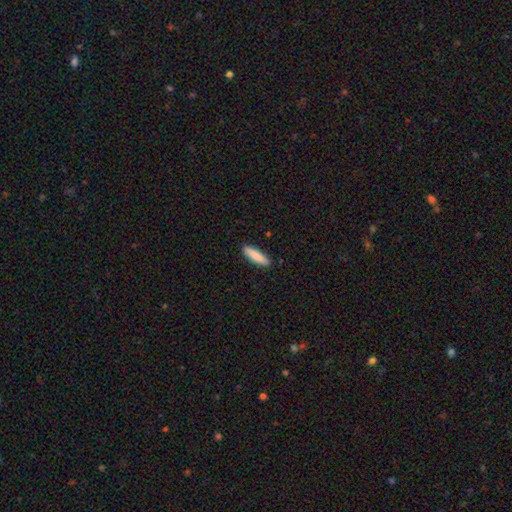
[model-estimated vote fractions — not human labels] Q: Smooth or featured?
A: smooth (86%); runner-up: featured or disk (9%)
Q: How rounded?
A: cigar-shaped (74%); runner-up: in between (24%)
Q: Merging?
A: none (90%); runner-up: minor disturbance (7%)